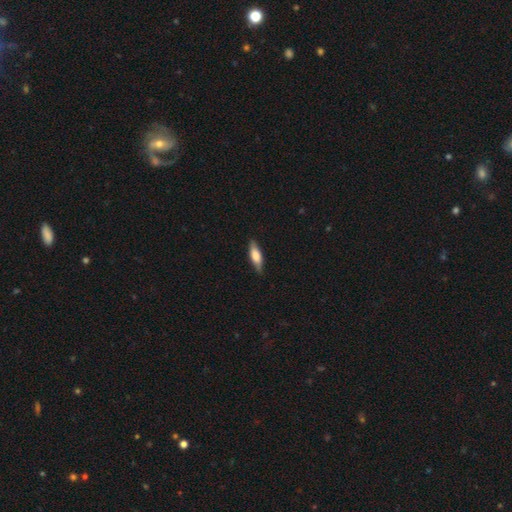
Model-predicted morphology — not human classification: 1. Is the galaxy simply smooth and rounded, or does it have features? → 65% smooth, 29% featured or disk, 6% star or artifact.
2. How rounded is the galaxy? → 49% cigar-shaped, 48% in between, 2% round.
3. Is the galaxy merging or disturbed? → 81% none, 15% minor disturbance, 2% major disturbance, 1% merger.